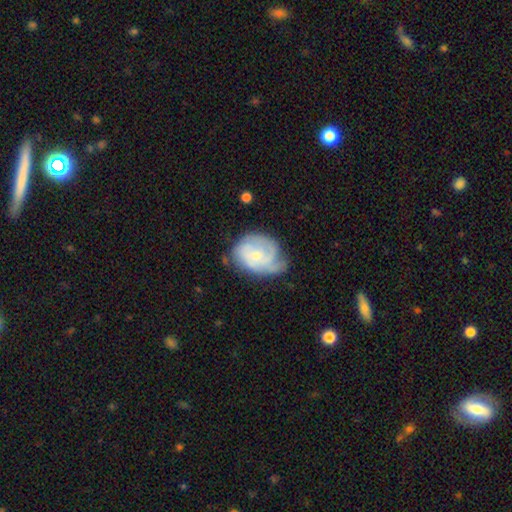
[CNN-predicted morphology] Smooth or featured? featured or disk (72%)
Edge-on disk? no (97%)
Bar? no (71%)
Spiral arms? yes (89%)
Spiral winding? tight (53%)
Spiral arm count? can't tell (33%)
Bulge size? small (65%)
Merging? none (50%)